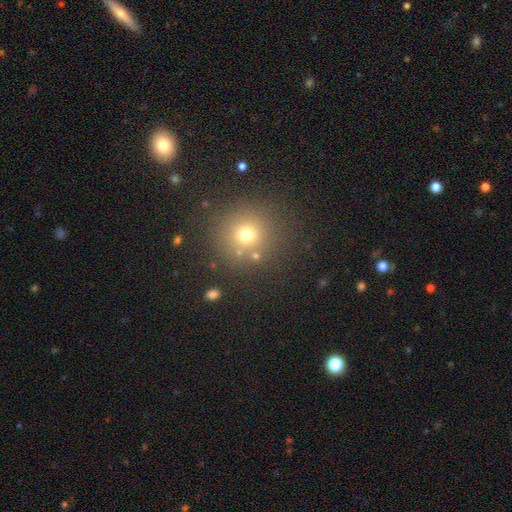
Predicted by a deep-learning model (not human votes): The model was most divided on "smooth or featured": smooth: 69%, star or artifact: 22%, featured or disk: 9%. More confident: how rounded — round (92%); merging — none (82%).